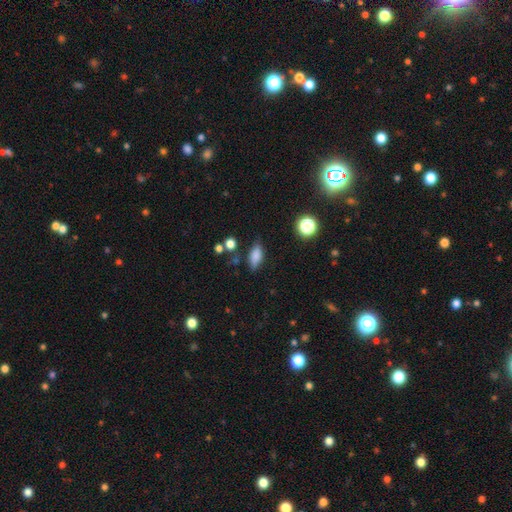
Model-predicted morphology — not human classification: A smooth galaxy with no disk features (79%) that is in between round and cigar-shaped (81%).

Vote fractions:
- Smooth or featured? smooth: 79% / featured or disk: 11% / star or artifact: 10%
- How rounded? in between: 81% / cigar-shaped: 13% / round: 7%
- Merging? none: 74% / minor disturbance: 19% / major disturbance: 5% / merger: 3%